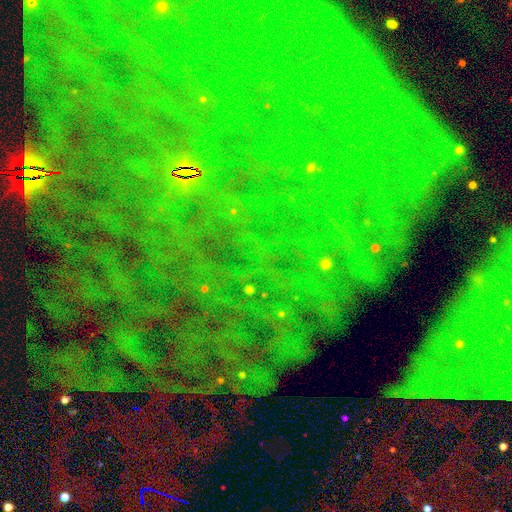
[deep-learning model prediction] The model was most divided on "smooth or featured": star or artifact: 82%, featured or disk: 10%, smooth: 9%.